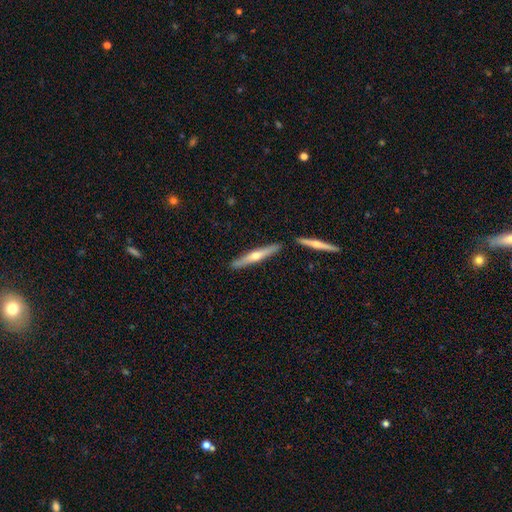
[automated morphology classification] Smooth or featured?
  - featured or disk: 59% *
  - smooth: 35%
  - star or artifact: 5%
Edge-on disk?
  - yes: 96% *
  - no: 4%
Edge-on bulge?
  - rounded: 86% *
  - none: 12%
  - boxy: 3%
Merging?
  - none: 86% *
  - minor disturbance: 8%
  - merger: 5%
  - major disturbance: 1%